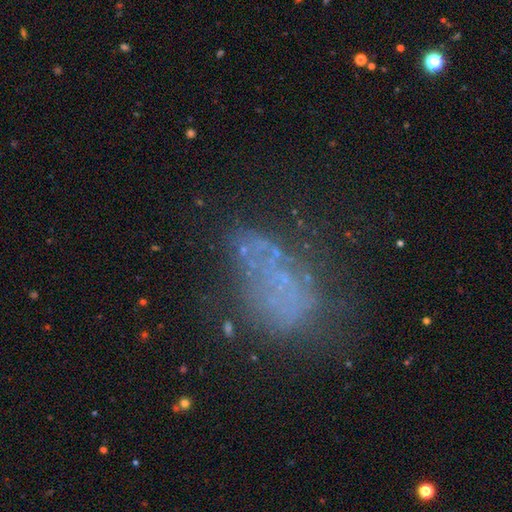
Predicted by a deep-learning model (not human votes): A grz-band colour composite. It shows a featured or disk galaxy (47%). Merging: none (42%).